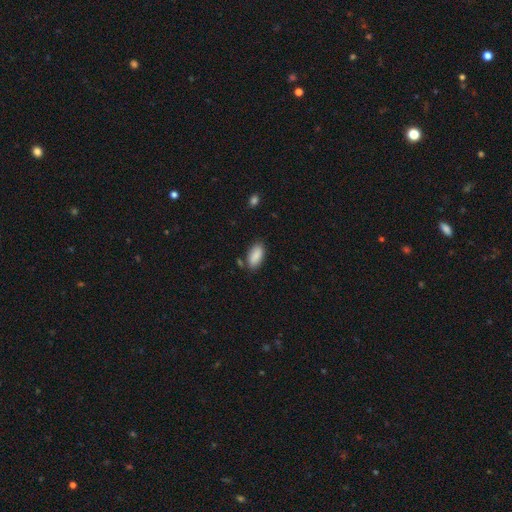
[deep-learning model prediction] This is clearly a smooth galaxy (88%). How rounded: clearly in between (91%). Merging: likely none (78%).